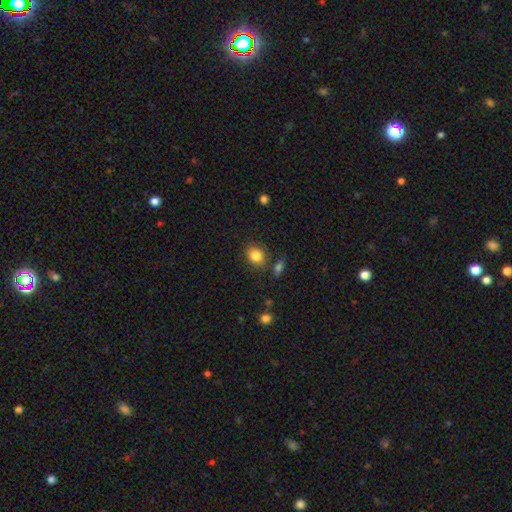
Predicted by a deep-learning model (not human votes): smooth-or-featured: smooth: 85% | star or artifact: 10% | featured or disk: 6%
  how-rounded: round: 58% | in between: 41% | cigar-shaped: 1%
  merging: none: 79% | minor disturbance: 11% | merger: 6% | major disturbance: 3%